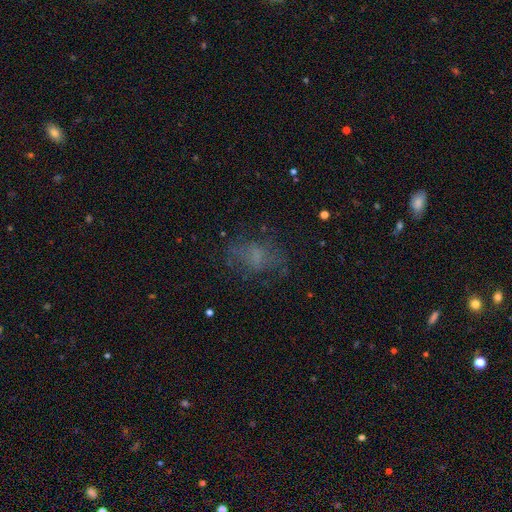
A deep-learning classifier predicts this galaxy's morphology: Smooth or featured? smooth (47%)
Merging? none (58%)